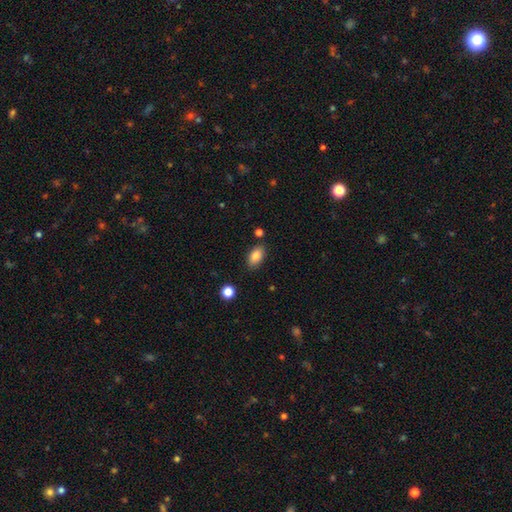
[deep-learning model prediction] Q: Smooth or featured?
A: smooth (85%); runner-up: star or artifact (8%)
Q: How rounded?
A: in between (91%); runner-up: round (6%)
Q: Merging?
A: none (82%); runner-up: minor disturbance (12%)